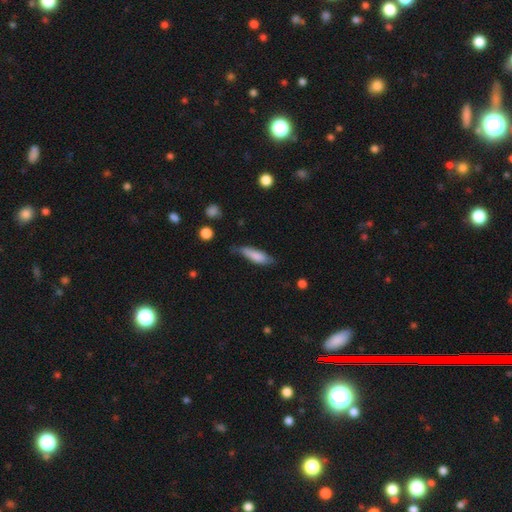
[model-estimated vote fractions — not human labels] Smooth or featured?
  - smooth: 79% *
  - featured or disk: 15%
  - star or artifact: 6%
How rounded?
  - cigar-shaped: 54% *
  - in between: 44%
  - round: 2%
Merging?
  - none: 55% *
  - minor disturbance: 35%
  - major disturbance: 7%
  - merger: 3%